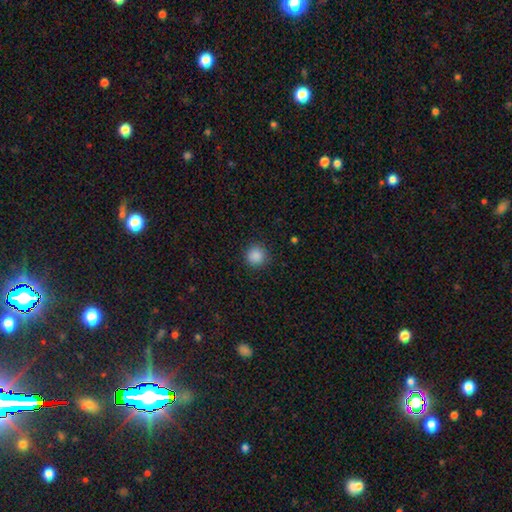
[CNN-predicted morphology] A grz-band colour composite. It shows a smooth galaxy with no disk features (87%) that is round (94%). Merging: none (90%).